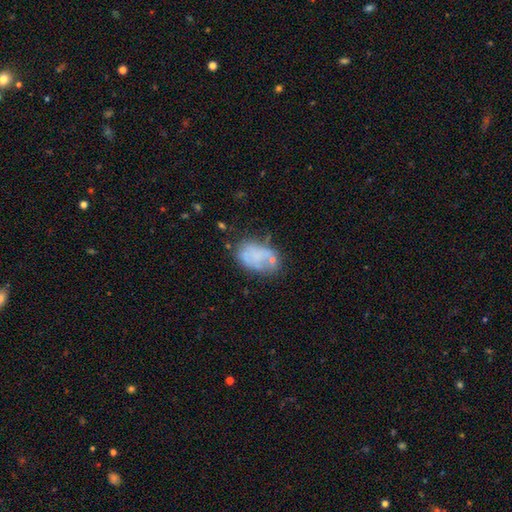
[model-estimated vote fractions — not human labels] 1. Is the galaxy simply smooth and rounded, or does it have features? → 52% smooth, 37% featured or disk, 10% star or artifact.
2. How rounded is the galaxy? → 86% in between, 12% round, 2% cigar-shaped.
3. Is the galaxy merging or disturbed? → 41% none, 27% minor disturbance, 18% major disturbance, 14% merger.